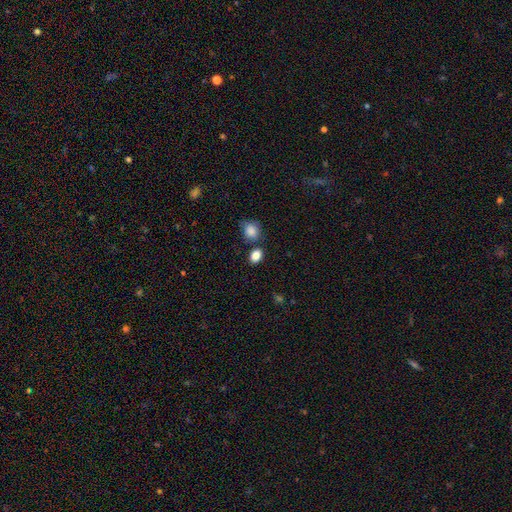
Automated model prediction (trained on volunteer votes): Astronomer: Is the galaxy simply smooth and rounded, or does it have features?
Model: smooth — 86%.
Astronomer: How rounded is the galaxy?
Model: in between — 65%.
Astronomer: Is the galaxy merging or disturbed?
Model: none — 73%.